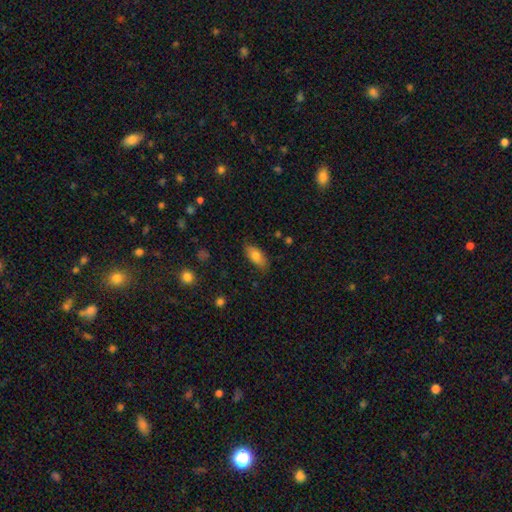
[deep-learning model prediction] A smooth galaxy with no disk features (78%) that is in between round and cigar-shaped (87%).

Vote fractions:
- Smooth or featured? smooth: 78% / featured or disk: 15% / star or artifact: 7%
- How rounded? in between: 87% / cigar-shaped: 10% / round: 3%
- Merging? none: 81% / minor disturbance: 15% / major disturbance: 3% / merger: 1%